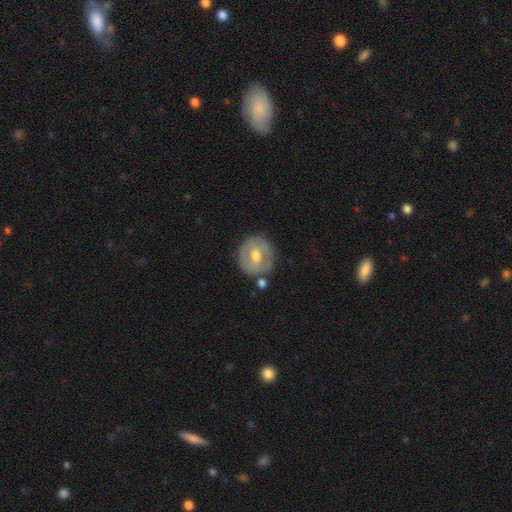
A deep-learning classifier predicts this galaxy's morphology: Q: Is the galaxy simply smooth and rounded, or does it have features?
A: featured or disk — 51%.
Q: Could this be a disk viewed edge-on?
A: no — 94%.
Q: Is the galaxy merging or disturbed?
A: none — 77%.